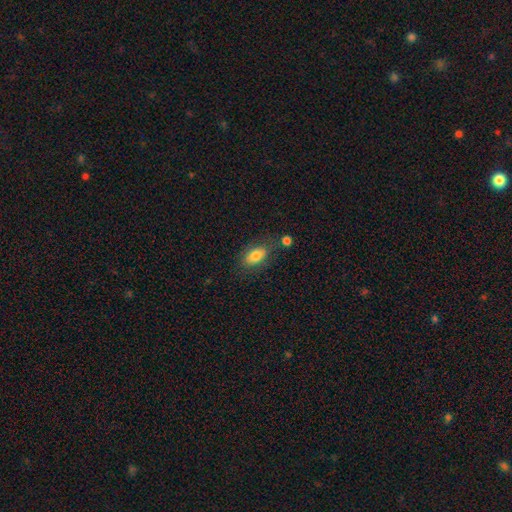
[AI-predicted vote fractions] Smooth or featured? Predicted: smooth (p=0.79). How rounded? Predicted: in between (p=0.88). Merging? Predicted: none (p=0.70).